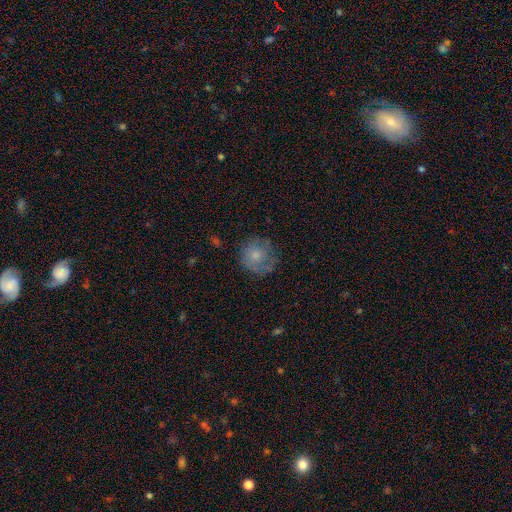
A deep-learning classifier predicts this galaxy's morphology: A smooth galaxy with no disk features (70%) that is round (89%). Merging: none (68%).